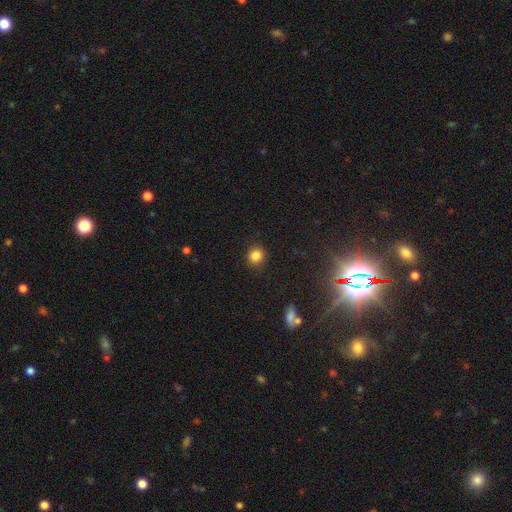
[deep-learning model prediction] smooth_or_featured: smooth (p=0.84) [alt: star or artifact p=0.11]
how_rounded: round (p=0.83) [alt: in between p=0.16]
merging: none (p=0.88) [alt: minor disturbance p=0.09]